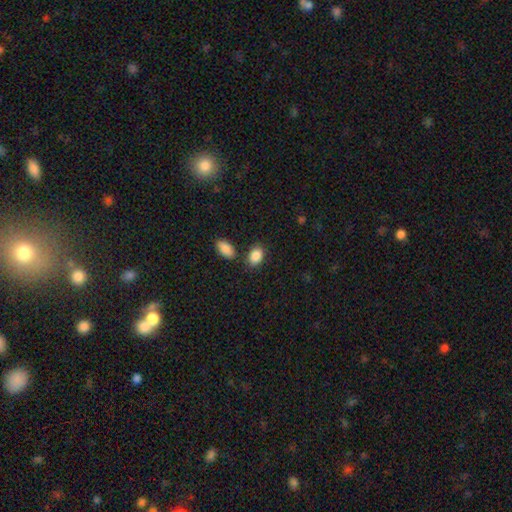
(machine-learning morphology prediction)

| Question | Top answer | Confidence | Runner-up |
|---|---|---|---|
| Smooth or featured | smooth | 88% | star or artifact (7%) |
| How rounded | in between | 86% | round (12%) |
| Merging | none | 74% | minor disturbance (12%) |